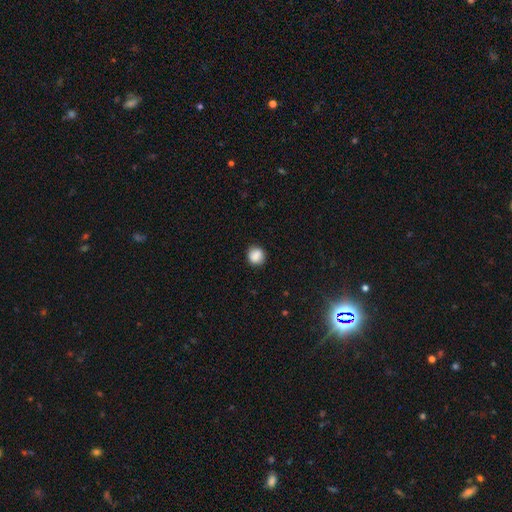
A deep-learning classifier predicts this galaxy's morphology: Smooth or featured? Predicted: smooth (p=0.87). How rounded? Predicted: round (p=0.85). Merging? Predicted: none (p=0.86).